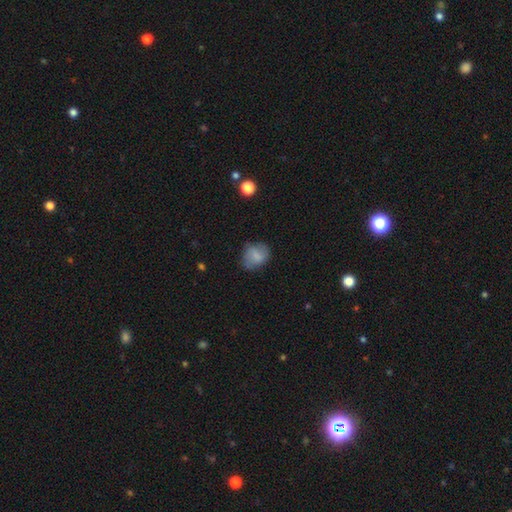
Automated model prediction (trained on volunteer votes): smooth 73%, featured or disk 18%, star or artifact 9%. Down the decision tree: how rounded — in between (51%); merging — none (64%).